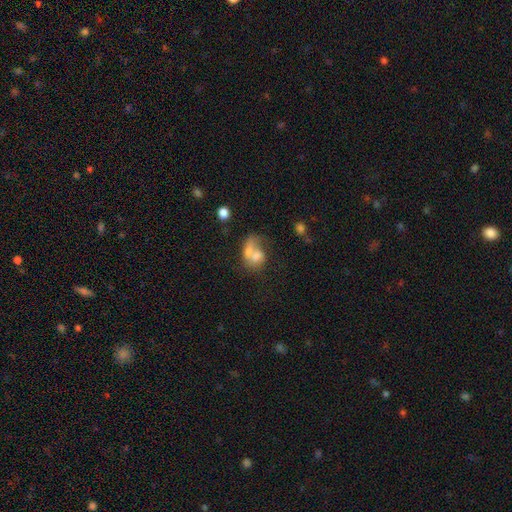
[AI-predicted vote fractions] Smooth or featured: smooth — 54% (featured or disk — 33%)
How rounded: in between — 64% (round — 33%)
Merging: merger — 55% (none — 18%)